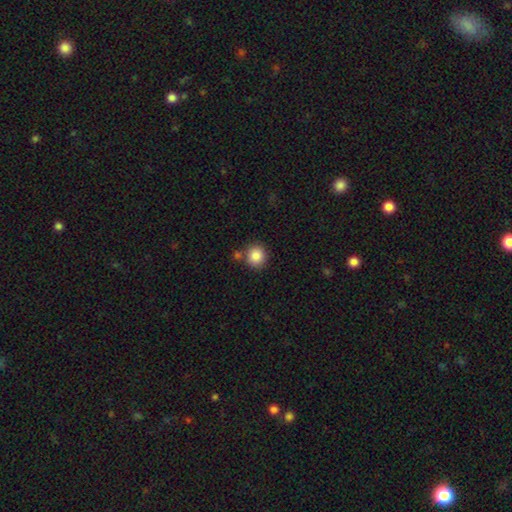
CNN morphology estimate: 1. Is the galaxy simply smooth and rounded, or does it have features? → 86% smooth, 9% star or artifact, 5% featured or disk.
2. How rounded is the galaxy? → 87% round, 12% in between, 1% cigar-shaped.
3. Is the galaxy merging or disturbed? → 76% none, 11% merger, 10% minor disturbance, 3% major disturbance.